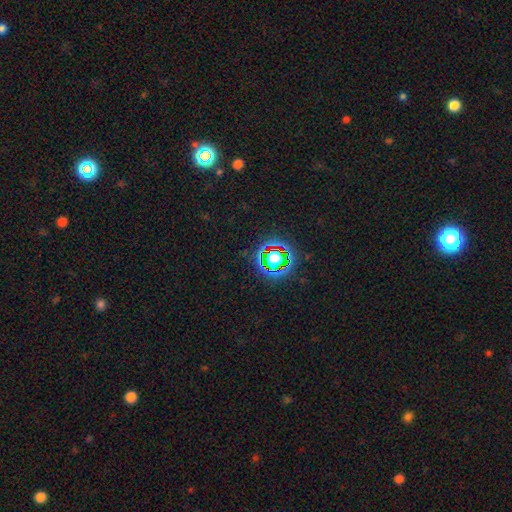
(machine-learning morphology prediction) Q: Smooth or featured?
A: star or artifact (78%); runner-up: smooth (15%)